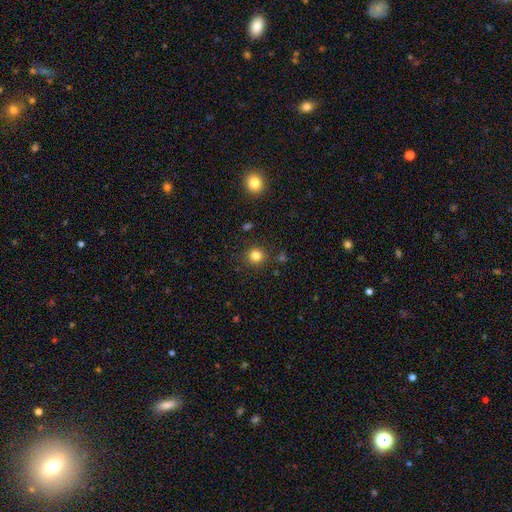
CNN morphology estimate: This is clearly a smooth galaxy (82%). How rounded: clearly round (90%). Merging: clearly none (87%).